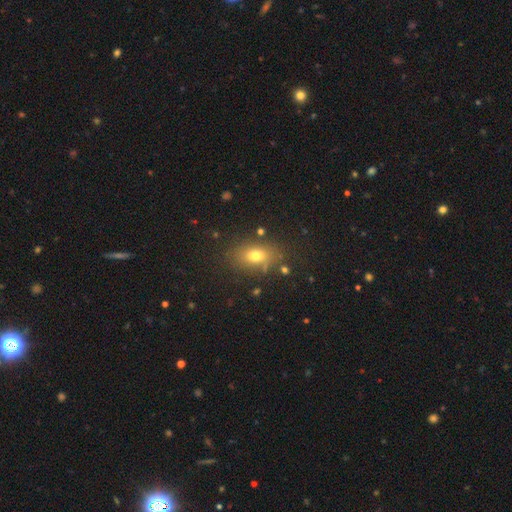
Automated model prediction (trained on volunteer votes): Smooth or featured? smooth (73%)
How rounded? in between (79%)
Merging? none (79%)